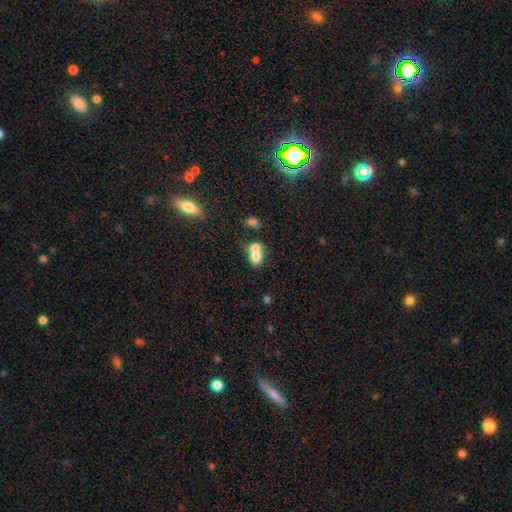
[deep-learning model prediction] Smooth or featured?
  - smooth: 72% *
  - featured or disk: 18%
  - star or artifact: 10%
How rounded?
  - in between: 63% *
  - round: 36%
  - cigar-shaped: 2%
Merging?
  - merger: 69% *
  - none: 20%
  - minor disturbance: 7%
  - major disturbance: 4%